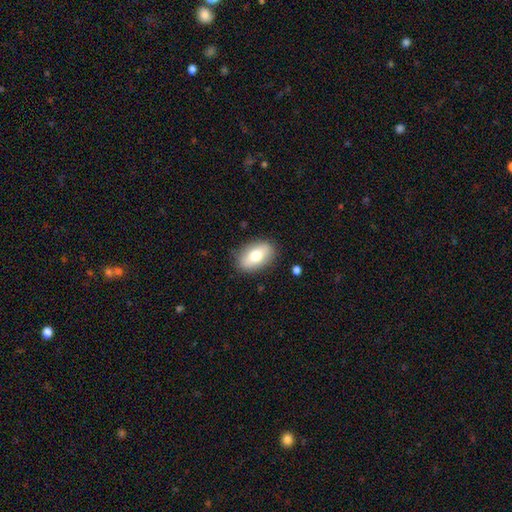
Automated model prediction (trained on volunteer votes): A smooth galaxy with no disk features (72%) that is in between round and cigar-shaped (90%).

Vote fractions:
- Smooth or featured? smooth: 72% / featured or disk: 21% / star or artifact: 7%
- How rounded? in between: 90% / round: 8% / cigar-shaped: 3%
- Merging? none: 86% / minor disturbance: 10% / major disturbance: 3% / merger: 1%